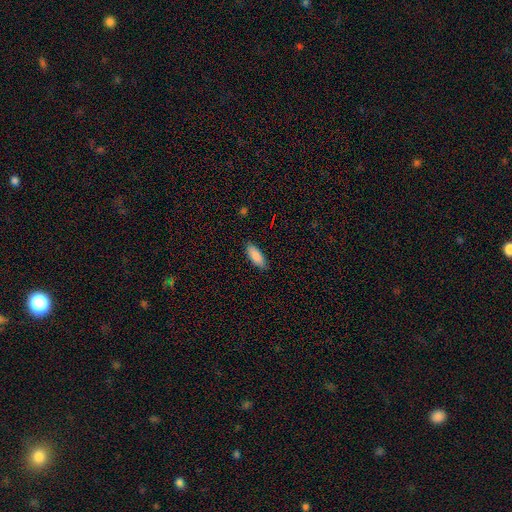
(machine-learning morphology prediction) smooth 88%, featured or disk 6%, star or artifact 6%. Down the decision tree: how rounded — in between (75%); merging — none (87%).